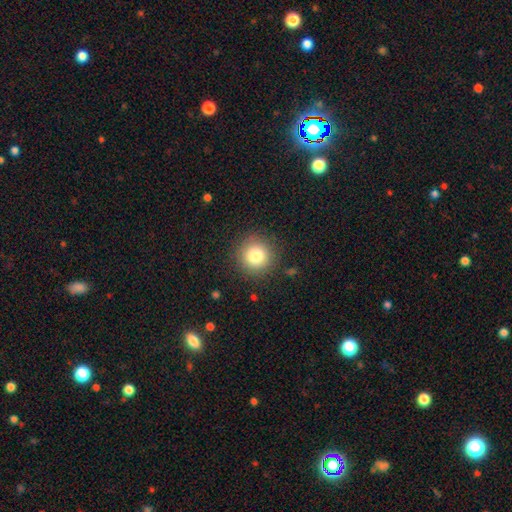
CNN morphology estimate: smooth-or-featured: smooth: 81% | star or artifact: 11% | featured or disk: 8%
  how-rounded: round: 95% | in between: 4% | cigar-shaped: 1%
  merging: none: 88% | minor disturbance: 8% | major disturbance: 3% | merger: 1%